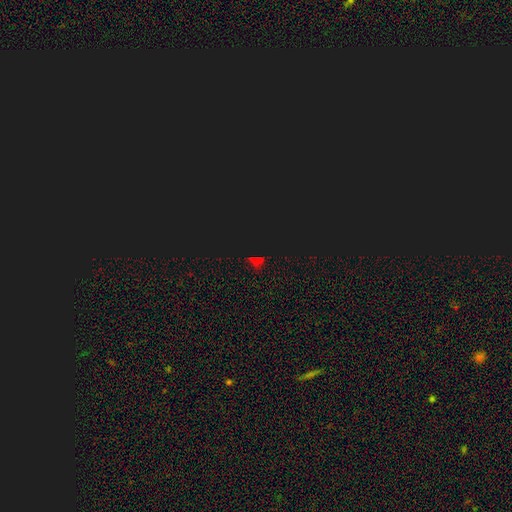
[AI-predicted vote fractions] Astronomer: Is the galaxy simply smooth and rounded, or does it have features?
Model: star or artifact — 74%.